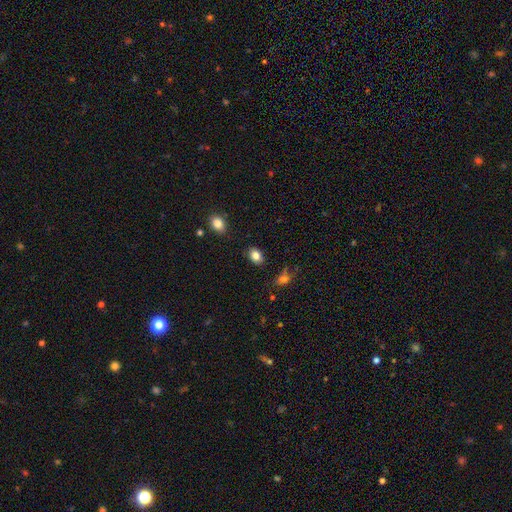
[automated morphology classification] Q: Smooth or featured?
A: smooth (84%); runner-up: star or artifact (10%)
Q: How rounded?
A: in between (76%); runner-up: round (23%)
Q: Merging?
A: none (85%); runner-up: minor disturbance (11%)